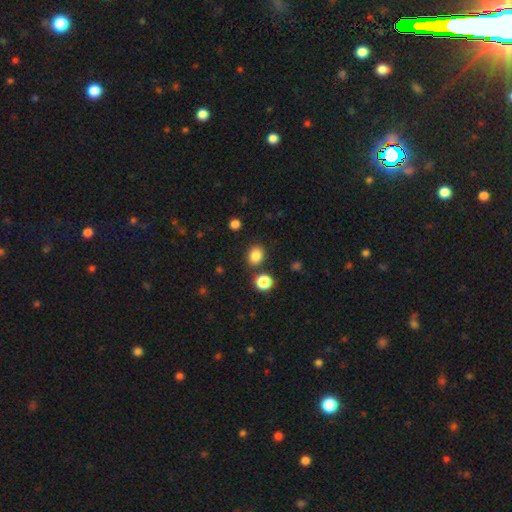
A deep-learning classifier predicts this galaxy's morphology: The model was most divided on "how rounded": round: 60%, in between: 39%, cigar-shaped: 1%. More confident: smooth or featured — smooth (84%); merging — none (82%).